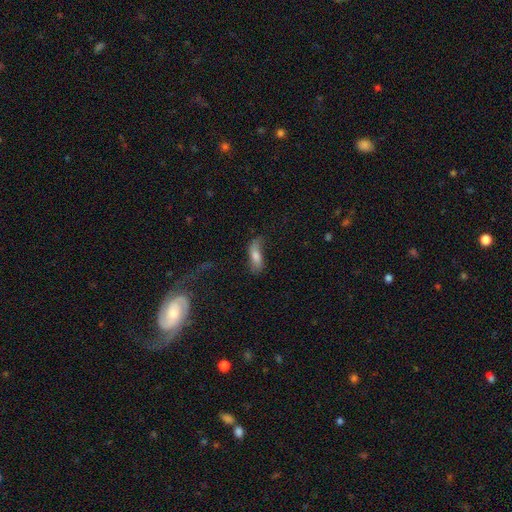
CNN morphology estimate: The model was most divided on "merging": none: 51%, minor disturbance: 26%, major disturbance: 18%, merger: 4%. More confident: how rounded — in between (65%); smooth or featured — smooth (62%).